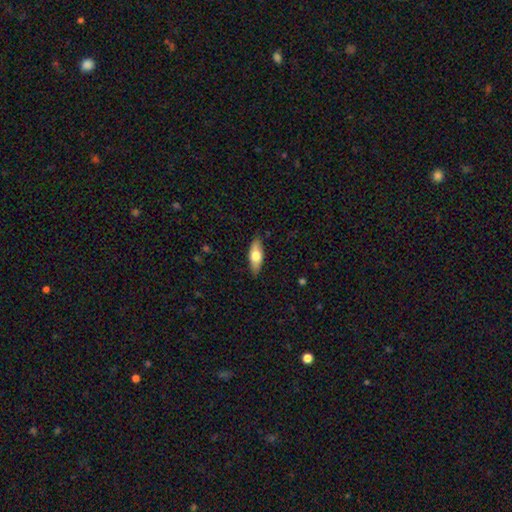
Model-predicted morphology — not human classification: smooth 67%, featured or disk 28%, star or artifact 6%. Down the decision tree: how rounded — in between (72%); merging — none (86%).